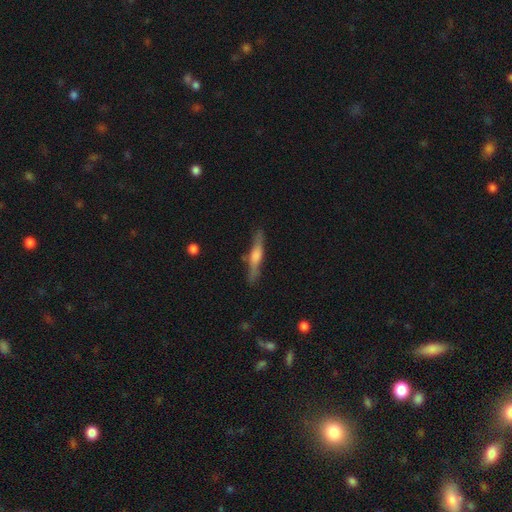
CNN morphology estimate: This is likely a featured or disk galaxy (67%). It is clearly viewed edge-on (96%). Edge-on bulge: likely rounded (75%). Merging: clearly none (86%).